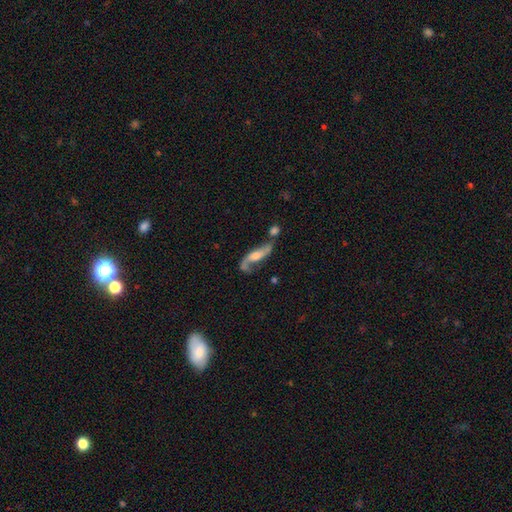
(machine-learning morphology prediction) smooth_or_featured: featured or disk (p=0.79) [alt: smooth p=0.13]
disk_edge_on: no (p=0.82) [alt: yes p=0.18]
bar: no (p=0.46) [alt: weak p=0.36]
has_spiral_arms: yes (p=0.93) [alt: no p=0.07]
spiral_winding: loose (p=0.66) [alt: medium p=0.26]
spiral_arm_count: 2 (p=0.88) [alt: 1 p=0.06]
bulge_size: moderate (p=0.46) [alt: small p=0.23]
merging: none (p=0.54) [alt: minor disturbance p=0.18]